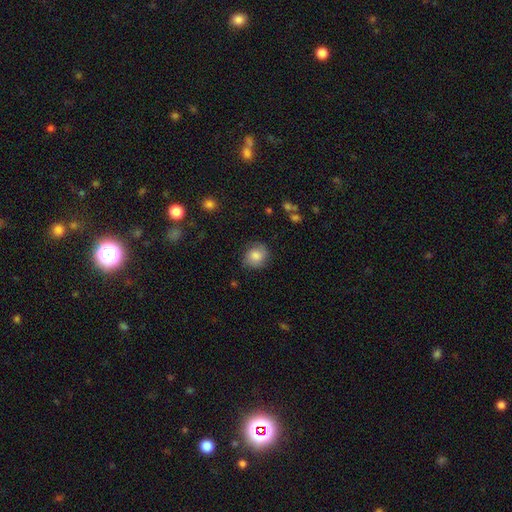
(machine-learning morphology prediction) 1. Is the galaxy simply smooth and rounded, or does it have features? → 74% smooth, 17% featured or disk, 9% star or artifact.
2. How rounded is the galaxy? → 77% round, 22% in between, 1% cigar-shaped.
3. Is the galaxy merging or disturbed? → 78% none, 17% minor disturbance, 4% major disturbance, 1% merger.